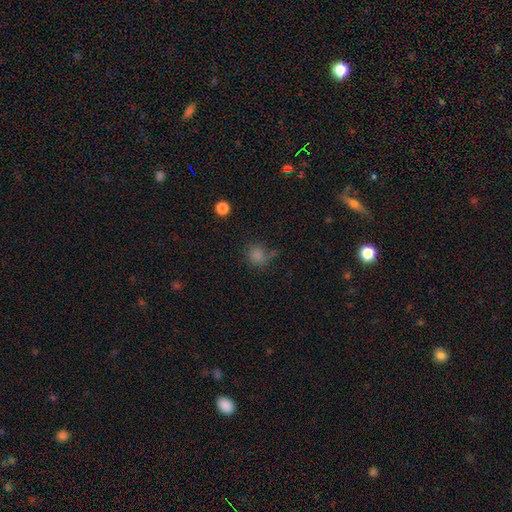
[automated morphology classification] Smooth or featured?
  - smooth: 69% *
  - star or artifact: 23%
  - featured or disk: 7%
How rounded?
  - round: 82% *
  - in between: 17%
  - cigar-shaped: 1%
Merging?
  - none: 68% *
  - minor disturbance: 18%
  - major disturbance: 8%
  - merger: 6%